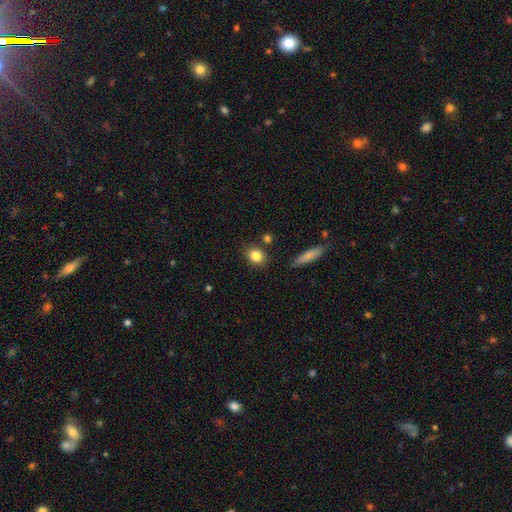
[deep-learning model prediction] This is clearly a smooth galaxy (83%). How rounded: likely round (65%). Merging: clearly none (81%).